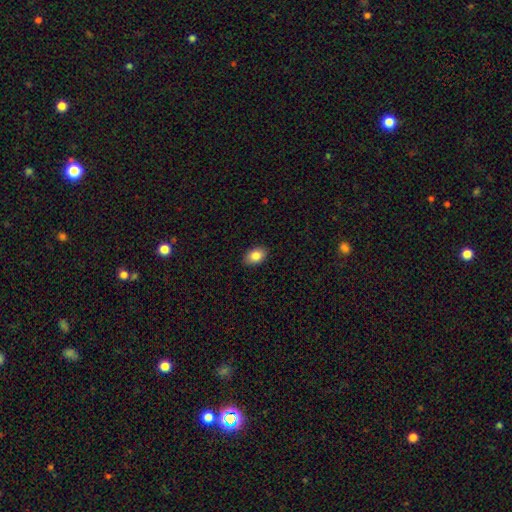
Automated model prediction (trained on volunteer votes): smooth 85%, star or artifact 8%, featured or disk 7%. Down the decision tree: how rounded — in between (85%); merging — none (89%).